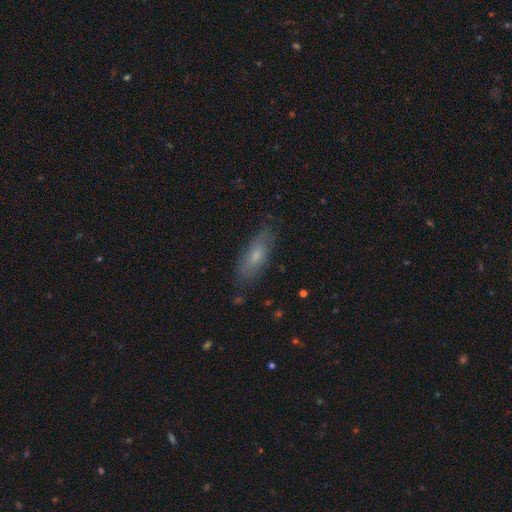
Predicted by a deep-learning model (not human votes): Smooth or featured: smooth — 64% (featured or disk — 29%)
How rounded: in between — 59% (cigar-shaped — 38%)
Merging: none — 77% (minor disturbance — 18%)